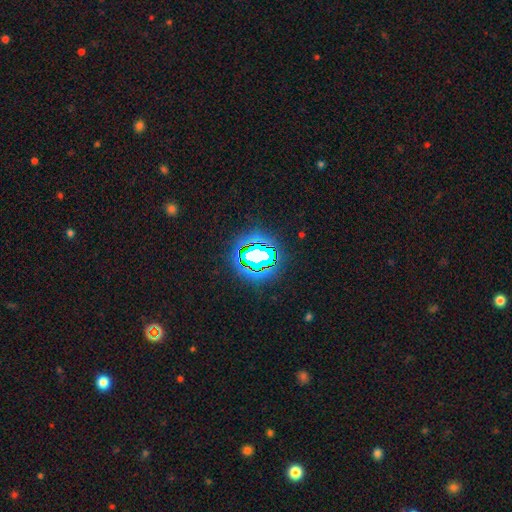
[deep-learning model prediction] Overall: star or artifact (68%).